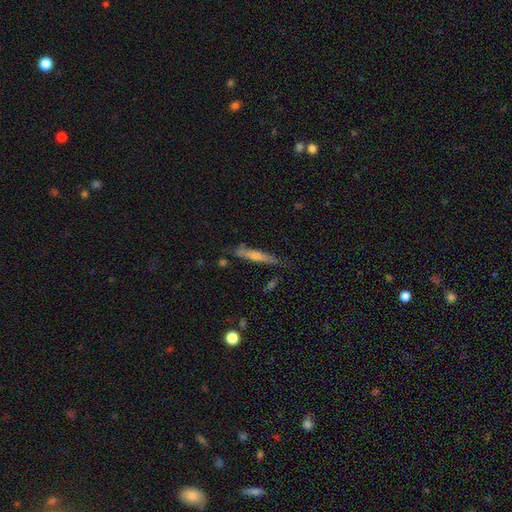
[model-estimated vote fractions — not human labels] Morphology: type=smooth (52%); roundness=cigar-shaped (92%); merging=none (73%).